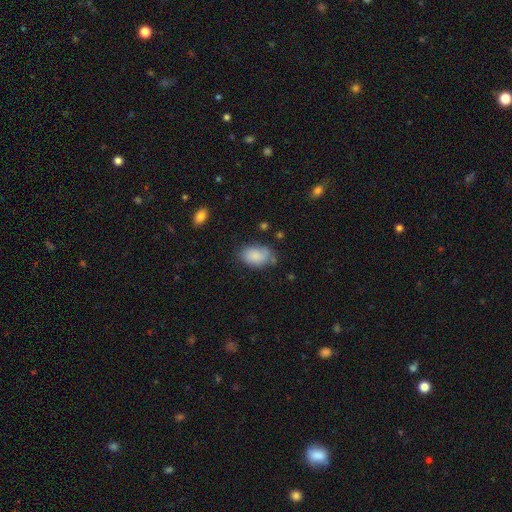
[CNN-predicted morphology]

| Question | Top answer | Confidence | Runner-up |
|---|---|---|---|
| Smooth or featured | smooth | 82% | featured or disk (11%) |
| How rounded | in between | 88% | round (11%) |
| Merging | none | 62% | minor disturbance (27%) |